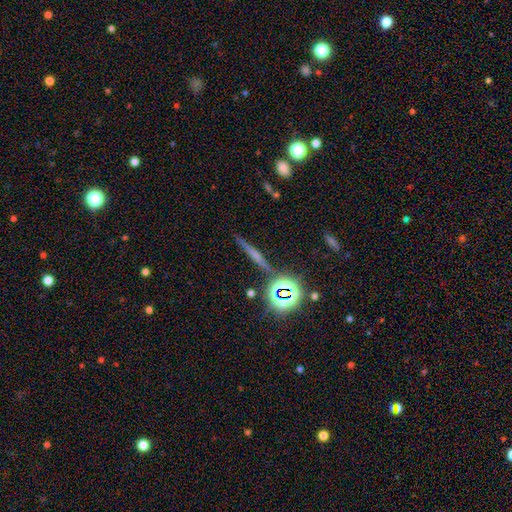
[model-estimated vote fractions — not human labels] smooth_or_featured: featured or disk (p=0.41) [alt: smooth p=0.33]
merging: none (p=0.84) [alt: minor disturbance p=0.10]